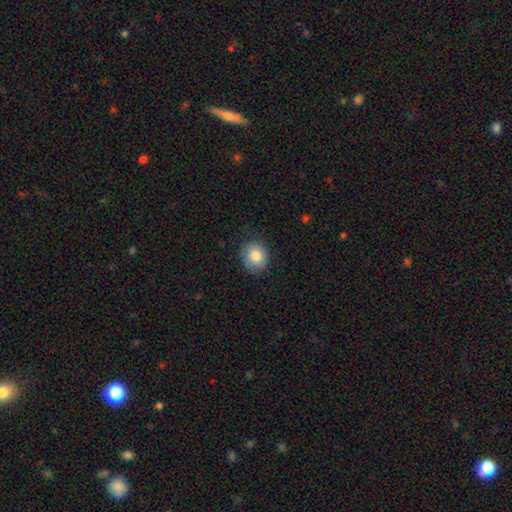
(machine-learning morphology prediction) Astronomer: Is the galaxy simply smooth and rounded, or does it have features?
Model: smooth — 83%.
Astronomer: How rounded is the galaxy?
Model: round — 74%.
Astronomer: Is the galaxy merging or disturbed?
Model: none — 79%.